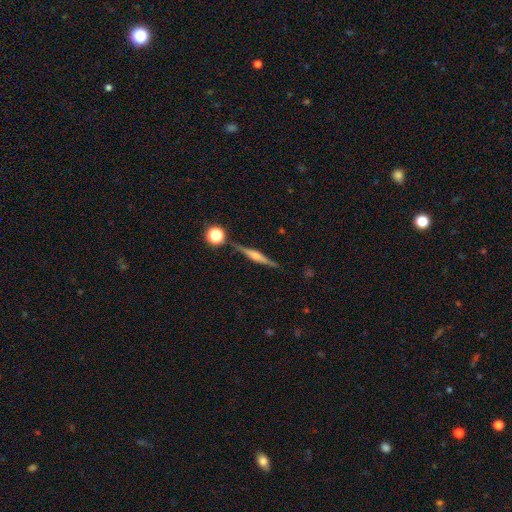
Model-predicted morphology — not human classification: The model was most divided on "edge-on bulge": rounded: 67%, boxy: 23%, none: 10%. More confident: edge-on disk — yes (97%); merging — none (84%); smooth or featured — featured or disk (69%).